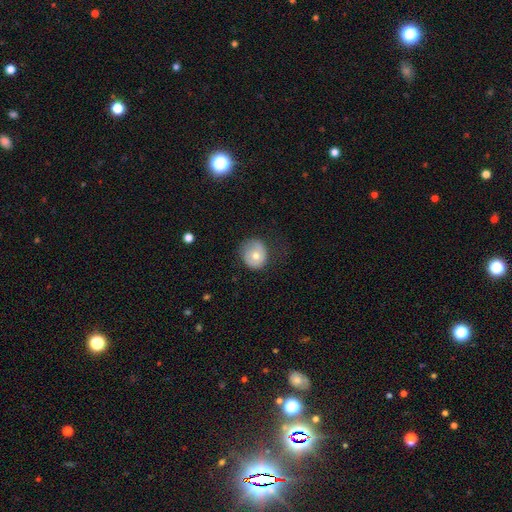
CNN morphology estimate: The model was most divided on "merging": none: 57%, minor disturbance: 28%, major disturbance: 13%, merger: 1%. More confident: how rounded — round (78%); smooth or featured — smooth (64%).